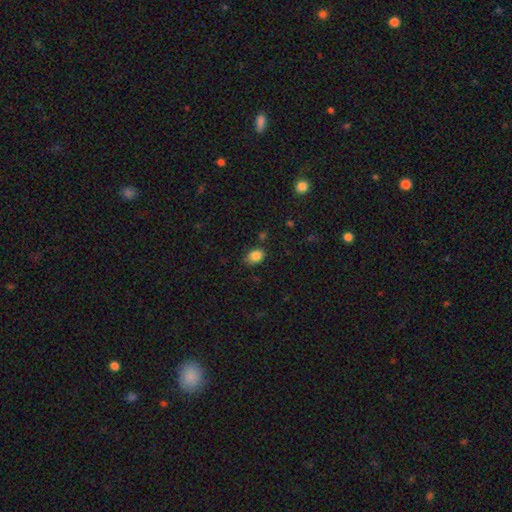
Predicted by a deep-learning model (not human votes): Q: Smooth or featured?
A: smooth (85%); runner-up: star or artifact (10%)
Q: How rounded?
A: in between (69%); runner-up: round (30%)
Q: Merging?
A: none (74%); runner-up: minor disturbance (20%)